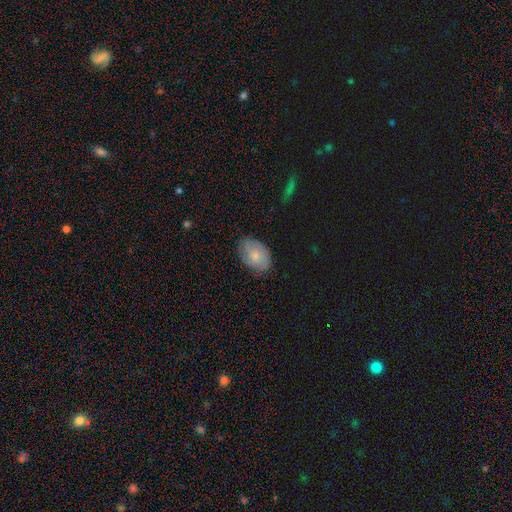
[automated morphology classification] Smooth or featured? smooth (68%)
How rounded? in between (86%)
Merging? none (75%)